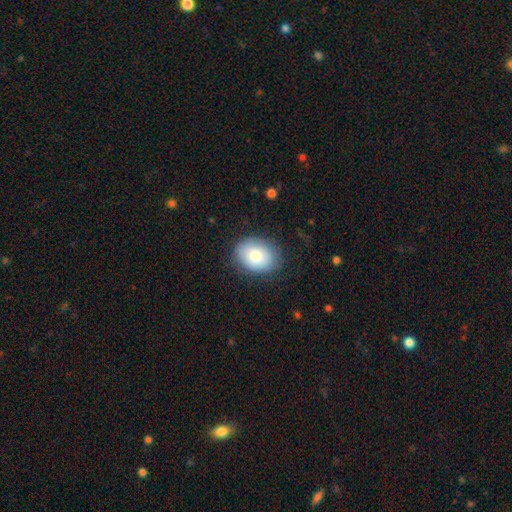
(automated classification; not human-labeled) Overall: smooth (78%). How rounded: in between (63%; round 36%). Merging: none (80%).